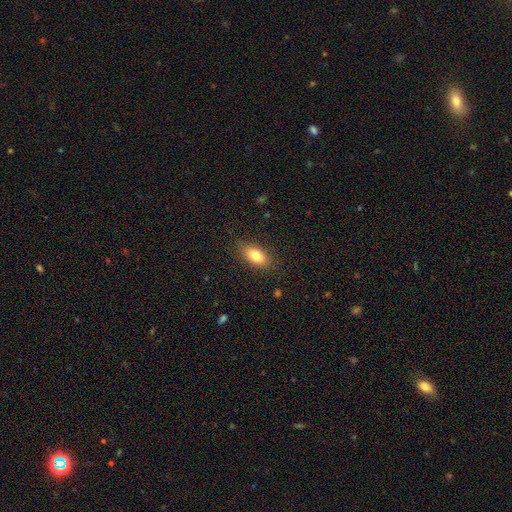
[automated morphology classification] Smooth or featured: smooth — 80% (featured or disk — 12%)
How rounded: in between — 85% (cigar-shaped — 9%)
Merging: none — 83% (minor disturbance — 12%)